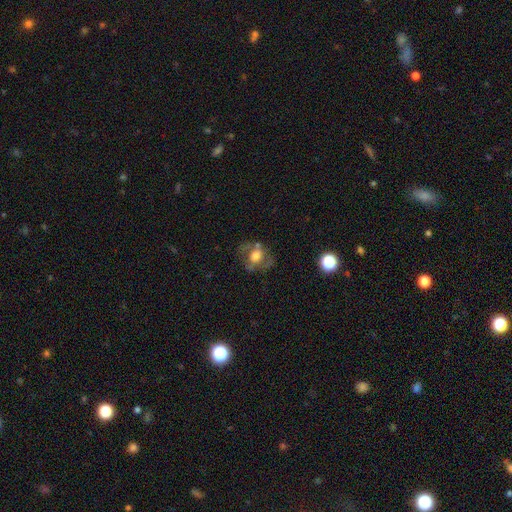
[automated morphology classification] A featured or disk galaxy (49%).

Vote fractions:
- Smooth or featured? featured or disk: 49% / smooth: 41% / star or artifact: 10%
- Merging? none: 55% / minor disturbance: 20% / major disturbance: 19% / merger: 5%